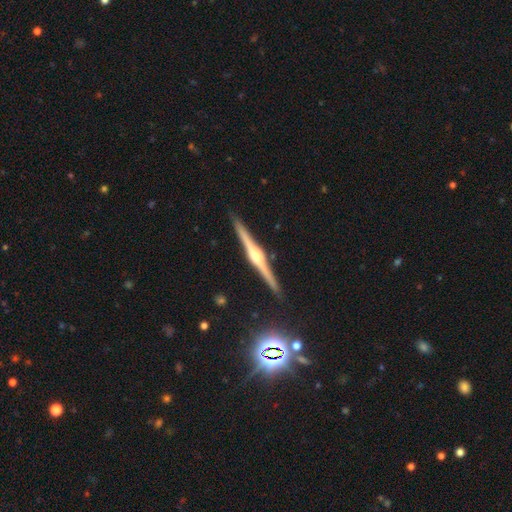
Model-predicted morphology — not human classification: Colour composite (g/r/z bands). It shows a featured or disk galaxy (86%) viewed edge-on (99%) with a rounded central bulge (87%). Merging: none (92%).